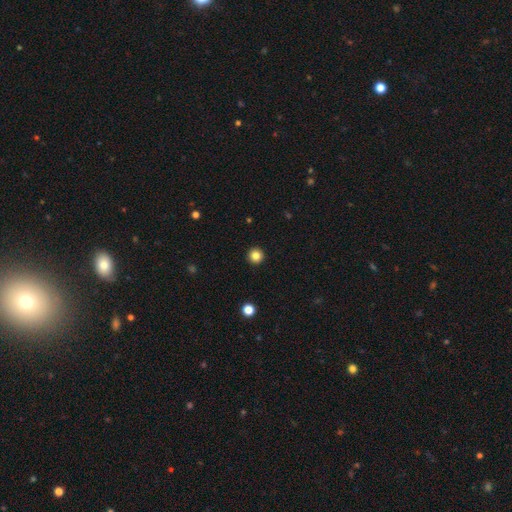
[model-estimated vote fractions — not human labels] Q: Smooth or featured?
A: smooth (84%); runner-up: star or artifact (11%)
Q: How rounded?
A: round (96%); runner-up: in between (3%)
Q: Merging?
A: none (94%); runner-up: minor disturbance (4%)